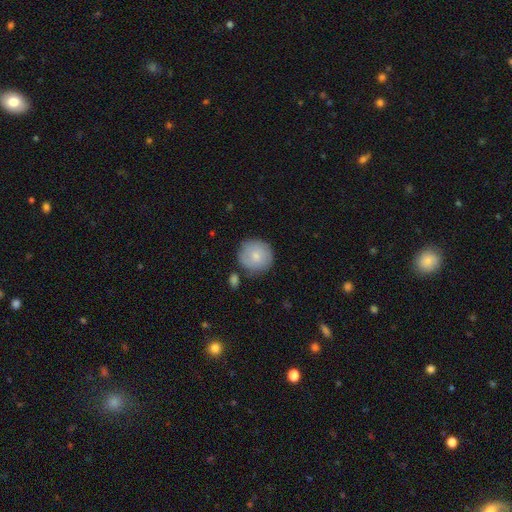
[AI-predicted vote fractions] Q: Smooth or featured?
A: smooth (77%); runner-up: featured or disk (17%)
Q: How rounded?
A: round (93%); runner-up: in between (7%)
Q: Merging?
A: none (76%); runner-up: minor disturbance (15%)